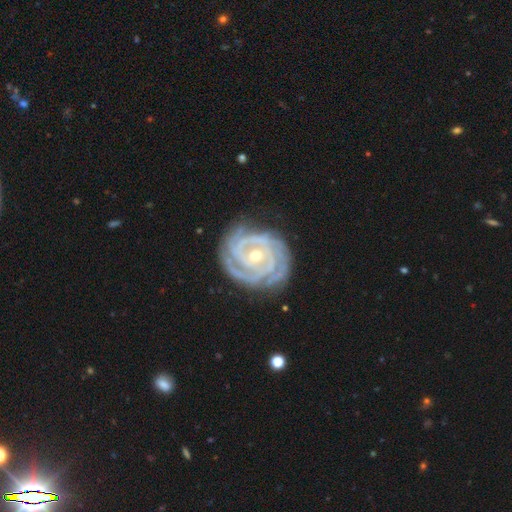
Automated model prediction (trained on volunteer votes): Q: Smooth or featured?
A: featured or disk (92%); runner-up: star or artifact (4%)
Q: Edge-on disk?
A: no (98%); runner-up: yes (2%)
Q: Bar?
A: no (59%); runner-up: weak (27%)
Q: Spiral arms?
A: yes (98%); runner-up: no (2%)
Q: Spiral winding?
A: tight (84%); runner-up: medium (14%)
Q: Spiral arm count?
A: 3 (36%); runner-up: 2 (19%)
Q: Bulge size?
A: small (49%); runner-up: moderate (48%)
Q: Merging?
A: none (77%); runner-up: minor disturbance (17%)